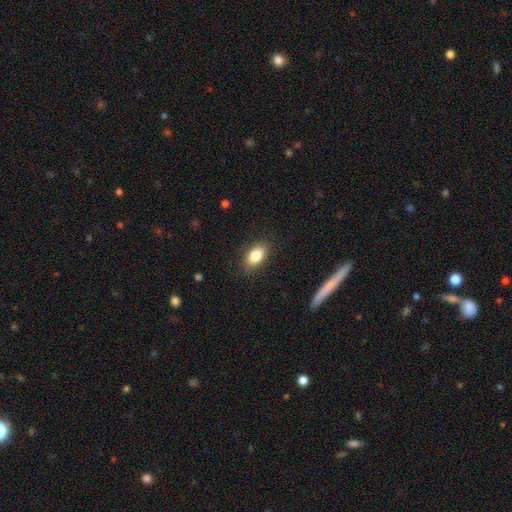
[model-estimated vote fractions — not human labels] smooth 84%, featured or disk 8%, star or artifact 8%. Down the decision tree: how rounded — in between (87%); merging — none (87%).